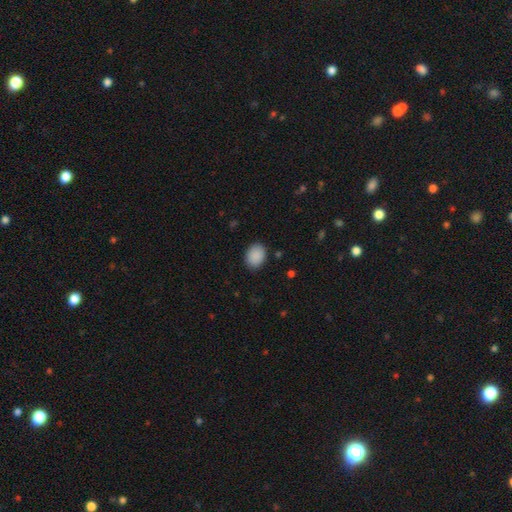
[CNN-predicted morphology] This is clearly a smooth galaxy (90%). How rounded: possibly in between (56%). Merging: clearly none (87%).